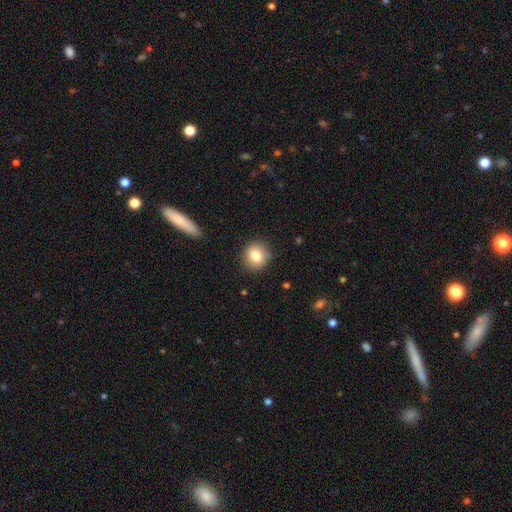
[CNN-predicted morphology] This appears to be a smooth galaxy with no disk features (80%) that is round (86%). Merging: none (86%).